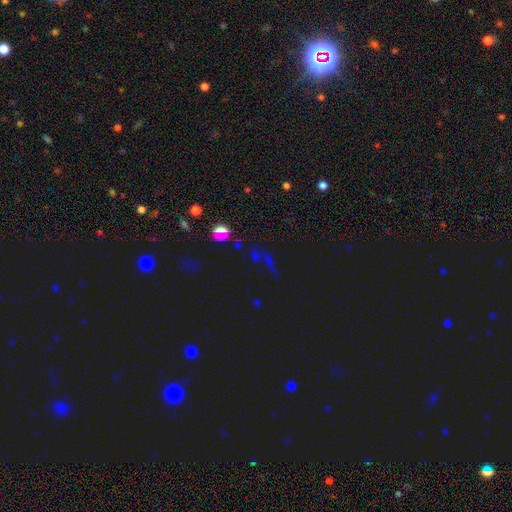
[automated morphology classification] Smooth or featured: star or artifact — 60% (smooth — 27%)